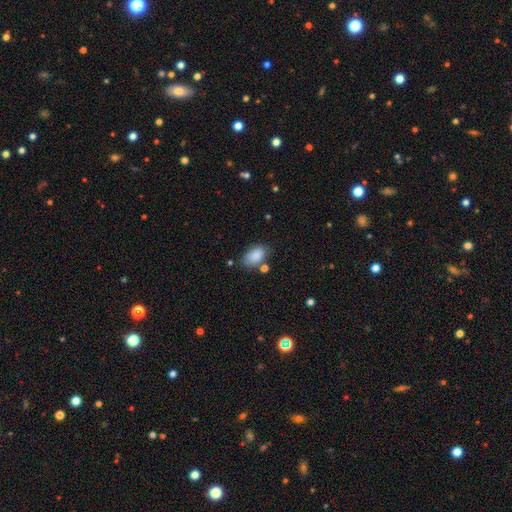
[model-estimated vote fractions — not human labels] Morphology: type=smooth (87%); roundness=in between (92%); merging=none (68%).